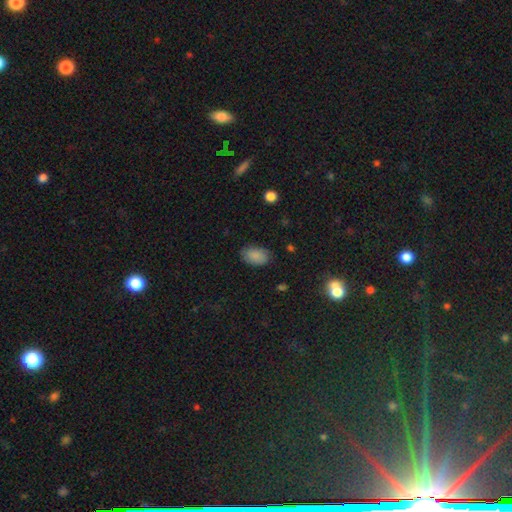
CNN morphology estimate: smooth_or_featured: smooth (p=0.86) [alt: star or artifact p=0.08]
how_rounded: in between (p=0.90) [alt: round p=0.09]
merging: none (p=0.83) [alt: minor disturbance p=0.12]